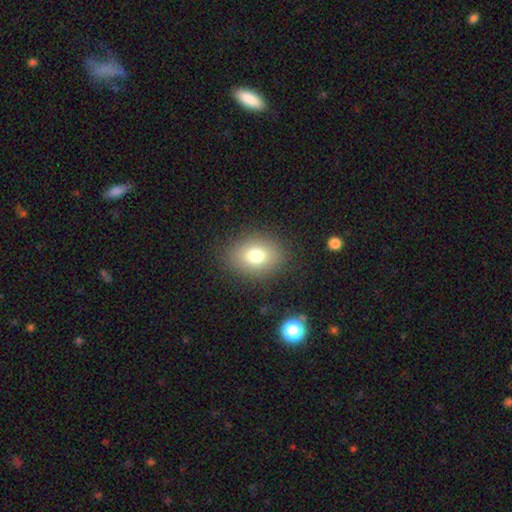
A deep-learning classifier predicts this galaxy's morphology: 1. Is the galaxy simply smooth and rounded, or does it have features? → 75% smooth, 12% featured or disk, 12% star or artifact.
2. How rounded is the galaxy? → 64% in between, 35% round, 1% cigar-shaped.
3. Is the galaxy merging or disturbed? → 85% none, 9% minor disturbance, 4% major disturbance, 1% merger.